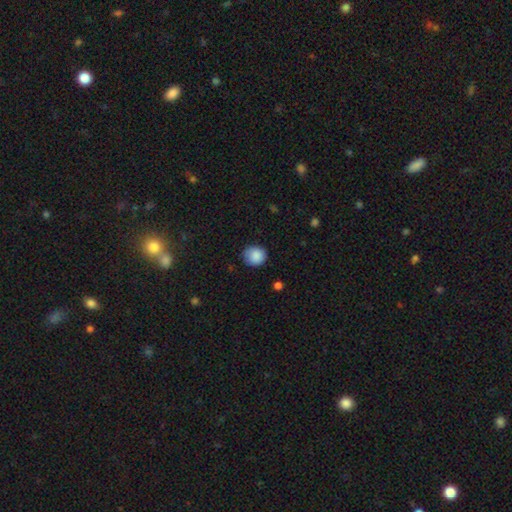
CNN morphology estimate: smooth-or-featured: smooth: 88% | star or artifact: 8% | featured or disk: 5%
  how-rounded: round: 86% | in between: 13% | cigar-shaped: 1%
  merging: none: 77% | minor disturbance: 18% | major disturbance: 3% | merger: 1%